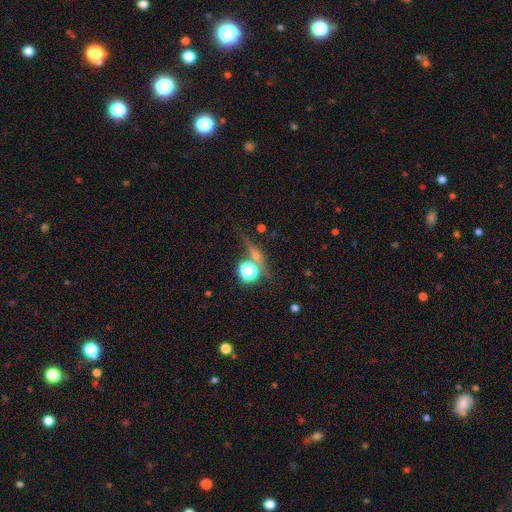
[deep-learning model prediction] Overall: star or artifact (41%; smooth 31%).